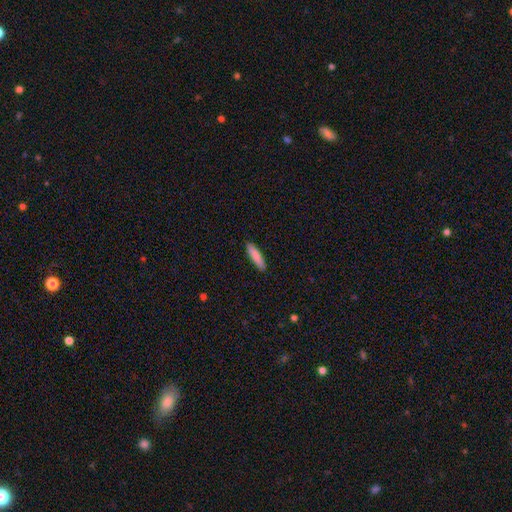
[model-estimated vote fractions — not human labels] The model was most divided on "how rounded": cigar-shaped: 81%, in between: 18%, round: 1%. More confident: merging — none (90%); smooth or featured — smooth (85%).